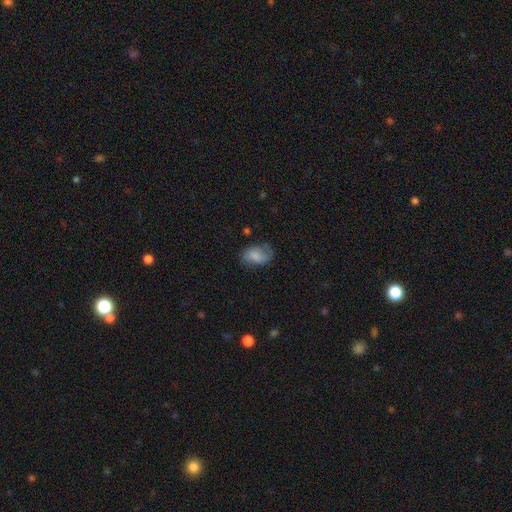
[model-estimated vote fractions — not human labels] A smooth galaxy with no disk features (72%) that is in between round and cigar-shaped (85%). Merging: none (60%).